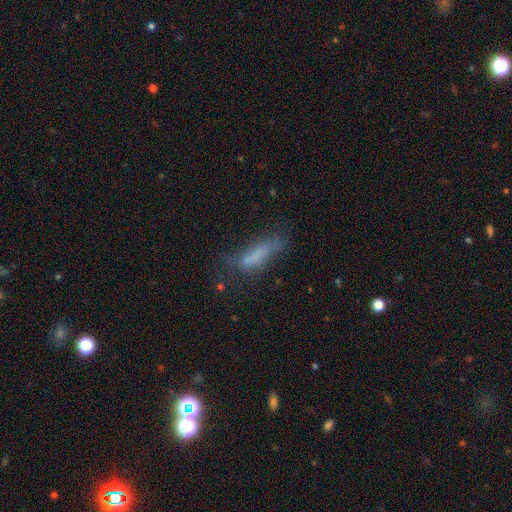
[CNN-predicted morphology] A smooth galaxy with no disk features (59%) that is cigar-shaped (69%). Merging: none (48%).